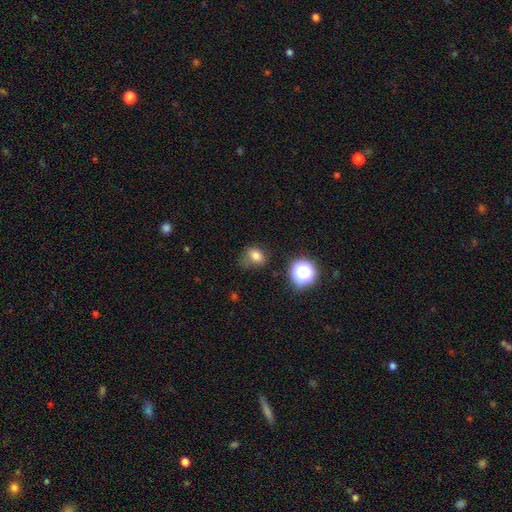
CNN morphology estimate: smooth 77%, star or artifact 15%, featured or disk 8%. Down the decision tree: how rounded — in between (52%); merging — none (56%).